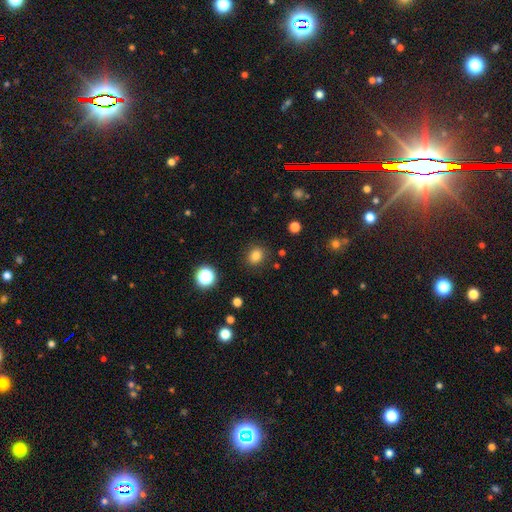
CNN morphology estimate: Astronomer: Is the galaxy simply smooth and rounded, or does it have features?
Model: smooth — 81%.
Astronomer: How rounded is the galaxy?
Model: round — 70%.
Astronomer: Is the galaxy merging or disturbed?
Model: none — 87%.